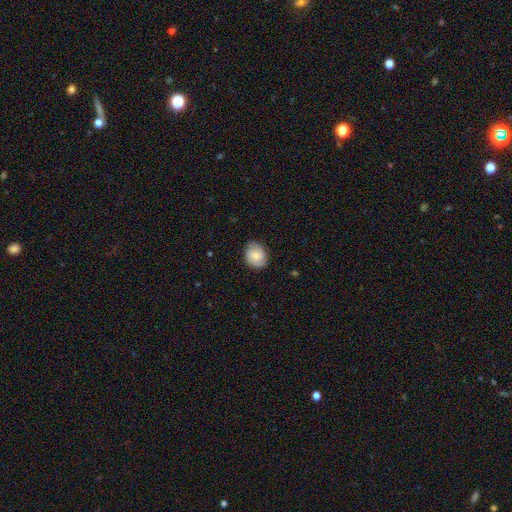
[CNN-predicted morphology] The model was most divided on "how rounded": round: 57%, in between: 43%, cigar-shaped: 1%. More confident: merging — none (78%); smooth or featured — smooth (67%).